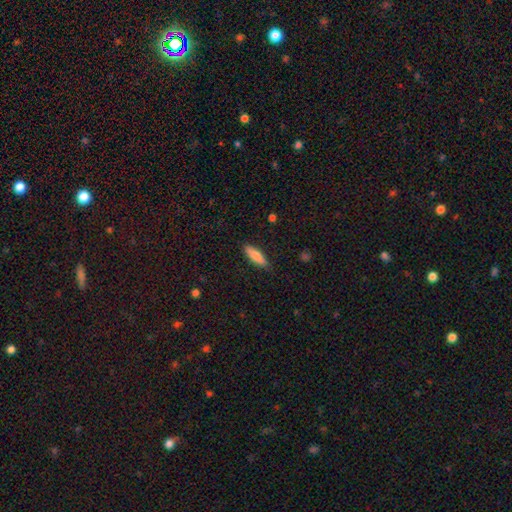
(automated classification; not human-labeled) Q: Smooth or featured?
A: smooth (78%); runner-up: featured or disk (16%)
Q: How rounded?
A: cigar-shaped (52%); runner-up: in between (46%)
Q: Merging?
A: none (84%); runner-up: minor disturbance (12%)